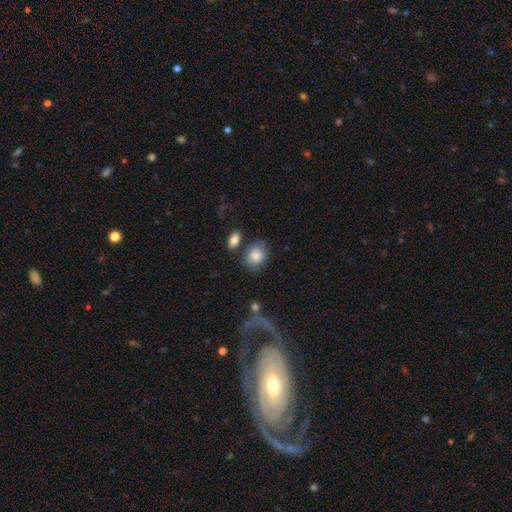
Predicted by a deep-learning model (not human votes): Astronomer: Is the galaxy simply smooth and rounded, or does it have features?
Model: smooth — 85%.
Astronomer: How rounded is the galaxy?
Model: round — 51% (runner-up: in between, 48%).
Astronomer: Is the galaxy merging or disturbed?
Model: none — 64%.